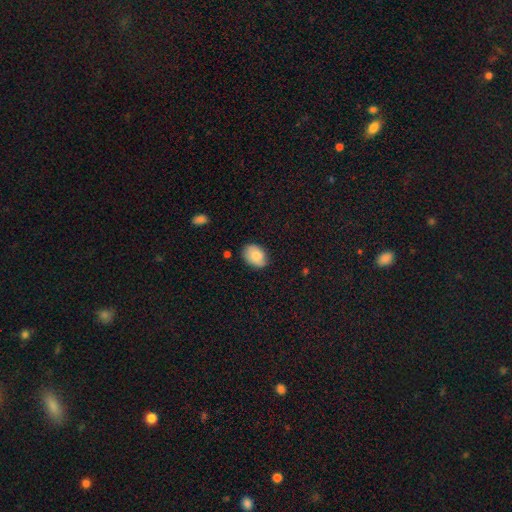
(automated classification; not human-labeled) Q: Smooth or featured?
A: smooth (81%); runner-up: featured or disk (12%)
Q: How rounded?
A: in between (77%); runner-up: round (22%)
Q: Merging?
A: none (77%); runner-up: minor disturbance (19%)